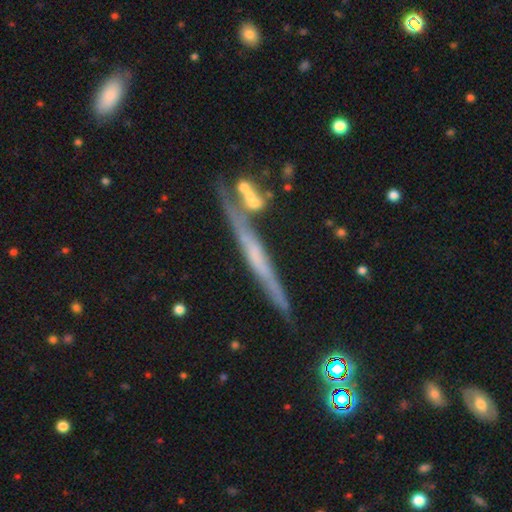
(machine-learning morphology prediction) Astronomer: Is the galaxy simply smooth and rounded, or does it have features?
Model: featured or disk — 65%.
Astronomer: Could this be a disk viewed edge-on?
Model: yes — 95%.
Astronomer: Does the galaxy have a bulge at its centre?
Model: none — 65%.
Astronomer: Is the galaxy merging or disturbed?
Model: none — 73%.